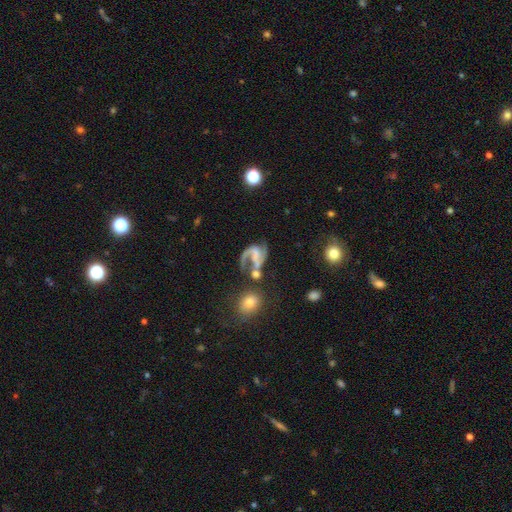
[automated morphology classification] featured or disk 83%, smooth 9%, star or artifact 8%. Down the decision tree: edge-on disk — no (98%); bar — no (40%); spiral arms — yes (93%); spiral arm count — 2 (78%); spiral winding — loose (54%); bulge size — none (50%); merging — none (34%).